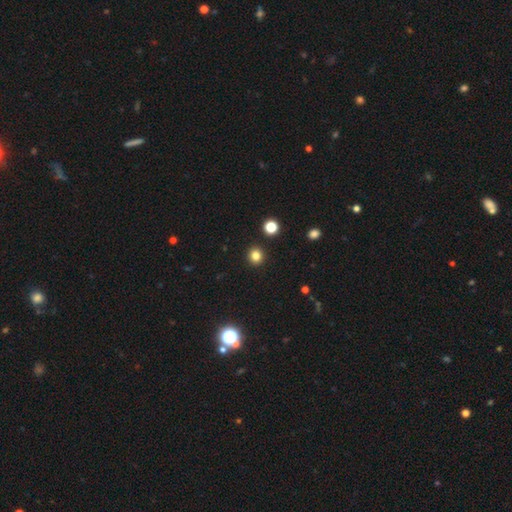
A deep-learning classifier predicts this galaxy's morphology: A smooth galaxy with no disk features (81%) that is round (89%). Merging: none (92%).